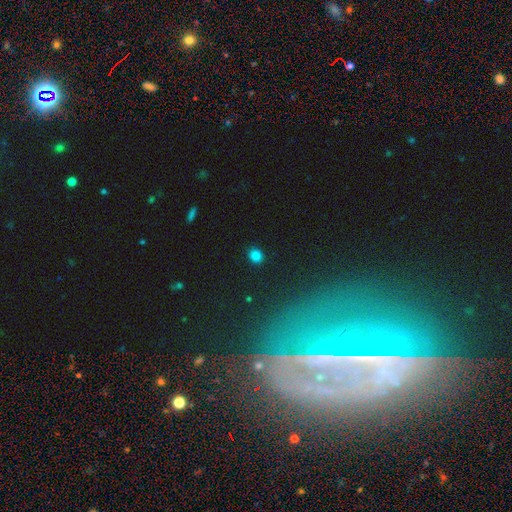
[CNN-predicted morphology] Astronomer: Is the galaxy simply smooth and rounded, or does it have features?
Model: smooth — 83%.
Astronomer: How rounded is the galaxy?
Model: round — 67%.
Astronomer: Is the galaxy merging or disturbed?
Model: none — 90%.